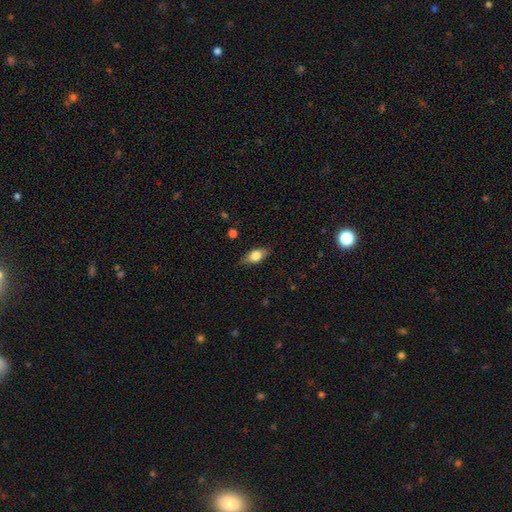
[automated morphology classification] smooth_or_featured: smooth (p=0.72) [alt: featured or disk p=0.20]
how_rounded: in between (p=0.83) [alt: cigar-shaped p=0.10]
merging: none (p=0.82) [alt: minor disturbance p=0.14]